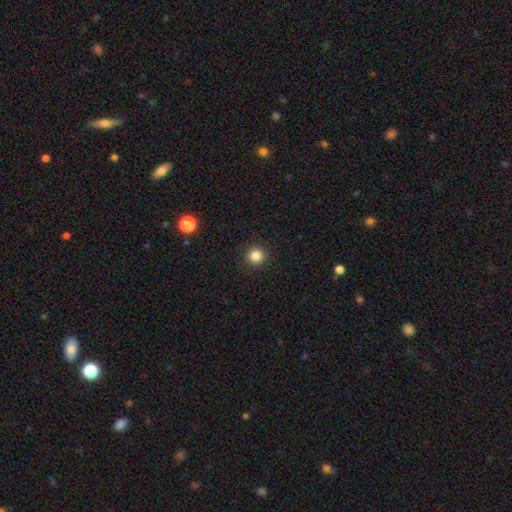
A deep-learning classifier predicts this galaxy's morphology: Smooth or featured? Predicted: smooth (p=0.84). How rounded? Predicted: round (p=0.95). Merging? Predicted: none (p=0.93).